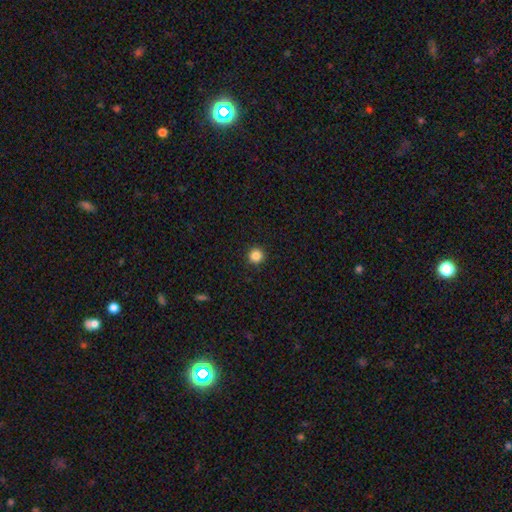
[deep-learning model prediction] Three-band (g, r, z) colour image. It shows a smooth galaxy with no disk features (86%) that is round (96%). Merging: none (93%).